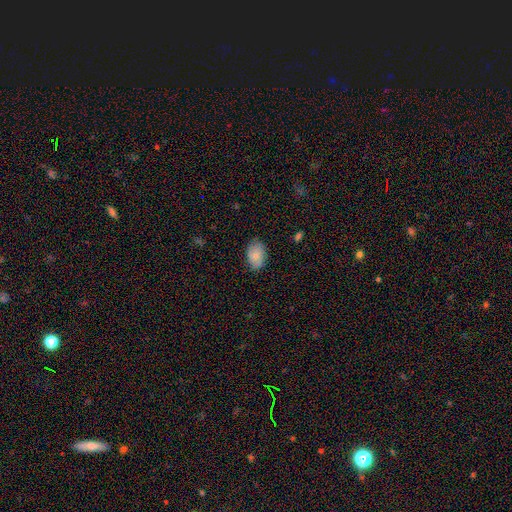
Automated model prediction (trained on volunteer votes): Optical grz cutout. It shows a smooth galaxy with no disk features (81%) that is in between round and cigar-shaped (89%). Merging: none (79%).